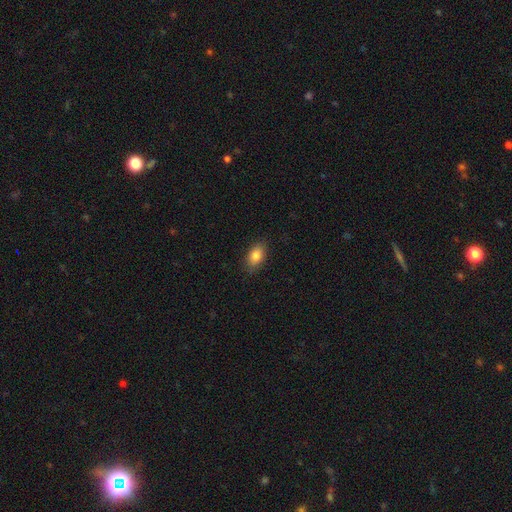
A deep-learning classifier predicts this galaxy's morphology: Overall: smooth (84%). How rounded: in between (88%). Merging: none (85%).